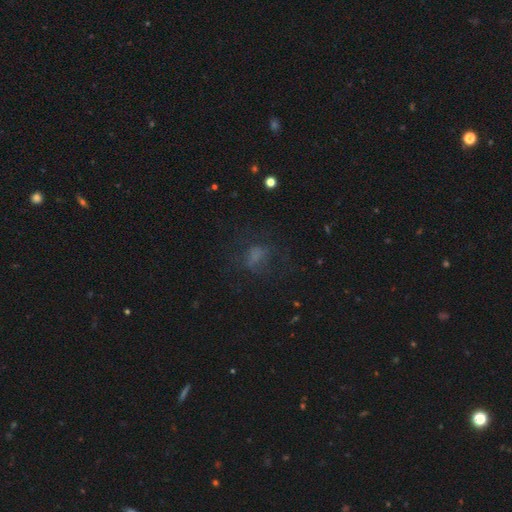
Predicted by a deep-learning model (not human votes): smooth 51%, star or artifact 25%, featured or disk 24%. Down the decision tree: how rounded — in between (57%); merging — none (51%).